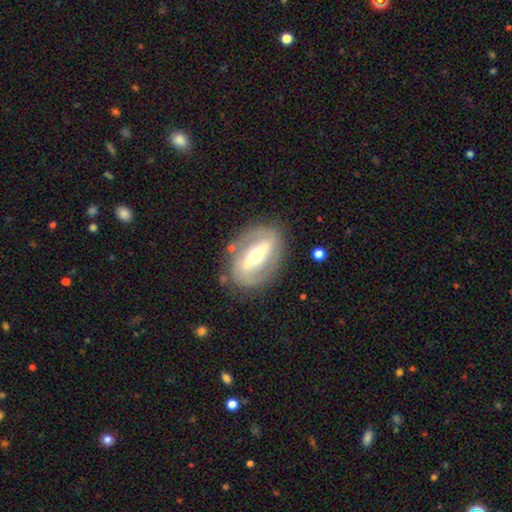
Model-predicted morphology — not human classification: Overall: featured or disk (77%). Edge-on disk: no (88%). Bar: strong (68%). Spiral arms: yes (58%; no 42%). Bulge size: moderate (66%). Merging: none (80%).